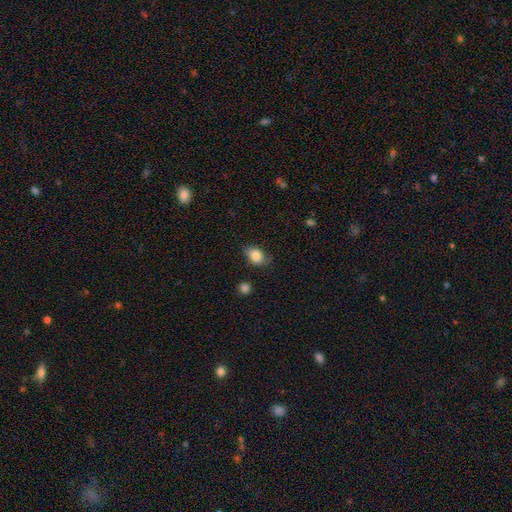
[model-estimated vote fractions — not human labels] Smooth or featured?
  - smooth: 84% *
  - star or artifact: 8%
  - featured or disk: 8%
How rounded?
  - in between: 75% *
  - round: 23%
  - cigar-shaped: 1%
Merging?
  - none: 75% *
  - minor disturbance: 19%
  - major disturbance: 4%
  - merger: 2%